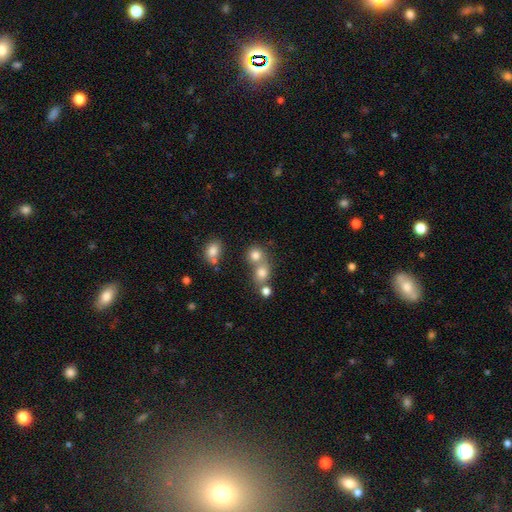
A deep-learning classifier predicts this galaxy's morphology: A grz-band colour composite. It shows a smooth galaxy with no disk features (76%) that is round (83%). Merging: none (47%).